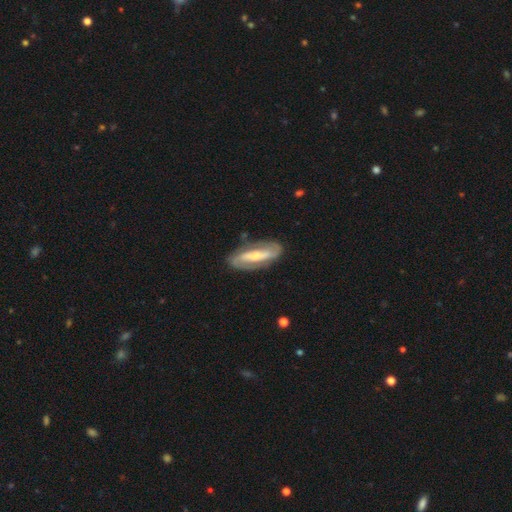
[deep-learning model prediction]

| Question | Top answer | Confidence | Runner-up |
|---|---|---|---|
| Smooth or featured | featured or disk | 78% | smooth (17%) |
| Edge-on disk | no | 86% | yes (14%) |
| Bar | strong | 60% | weak (23%) |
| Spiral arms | yes | 84% | no (16%) |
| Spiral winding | medium | 38% | loose (32%) |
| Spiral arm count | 2 | 87% | can't tell (8%) |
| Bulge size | small | 47% | moderate (46%) |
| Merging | none | 80% | minor disturbance (13%) |